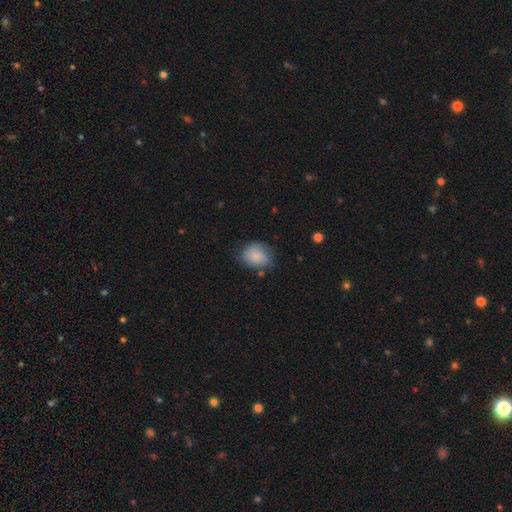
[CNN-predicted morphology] smooth-or-featured: smooth: 82% | featured or disk: 11% | star or artifact: 7%
  how-rounded: in between: 53% | round: 46% | cigar-shaped: 1%
  merging: none: 63% | minor disturbance: 27% | major disturbance: 7% | merger: 3%